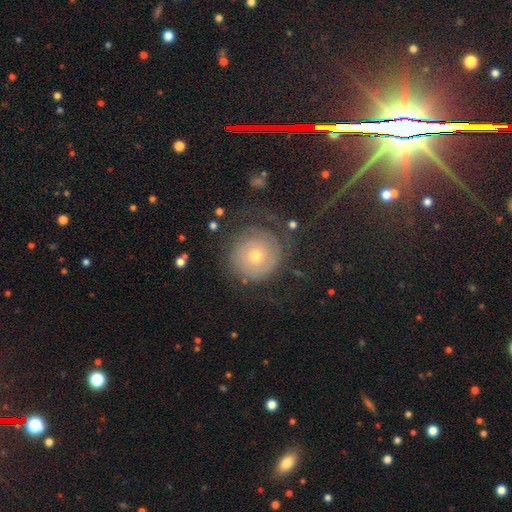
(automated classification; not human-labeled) smooth_or_featured: featured or disk (p=0.58) [alt: smooth p=0.32]
disk_edge_on: no (p=0.97) [alt: yes p=0.03]
bar: no (p=0.85) [alt: weak p=0.12]
has_spiral_arms: yes (p=0.74) [alt: no p=0.26]
bulge_size: small (p=0.56) [alt: moderate p=0.39]
merging: none (p=0.63) [alt: major disturbance p=0.20]